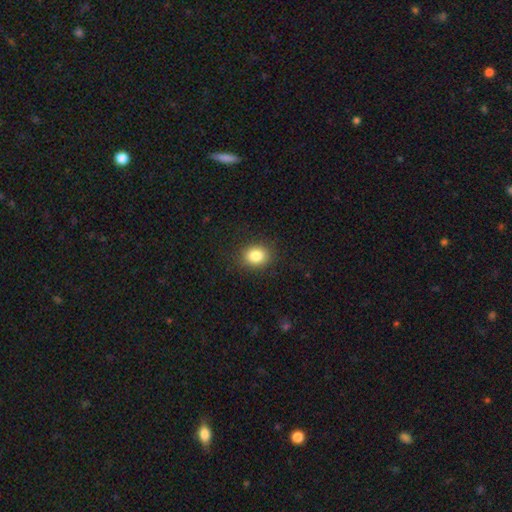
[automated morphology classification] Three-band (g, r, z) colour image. It shows a smooth galaxy with no disk features (84%) that is round (56%). Merging: none (87%).